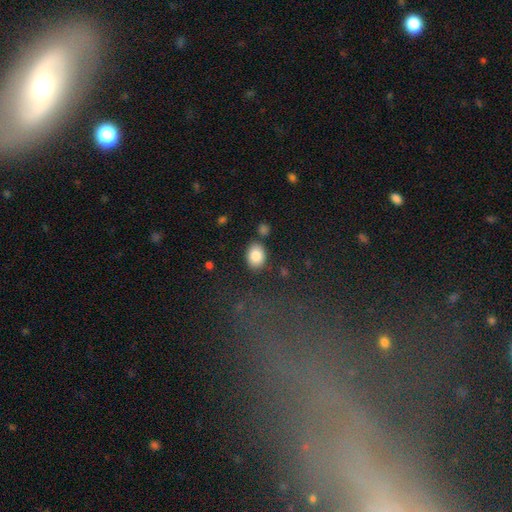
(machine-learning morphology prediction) A smooth galaxy with no disk features (85%) that is in between round and cigar-shaped (68%).

Vote fractions:
- Smooth or featured? smooth: 85% / star or artifact: 8% / featured or disk: 7%
- How rounded? in between: 68% / round: 30% / cigar-shaped: 1%
- Merging? none: 80% / minor disturbance: 11% / merger: 6% / major disturbance: 3%